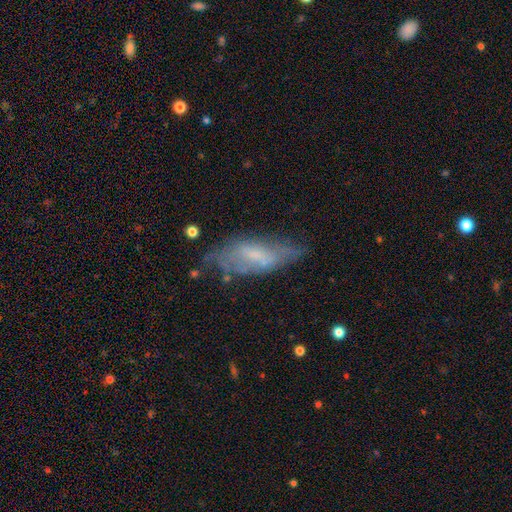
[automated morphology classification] featured or disk 48%, smooth 43%, star or artifact 9%. Down the decision tree: merging — none (48%).